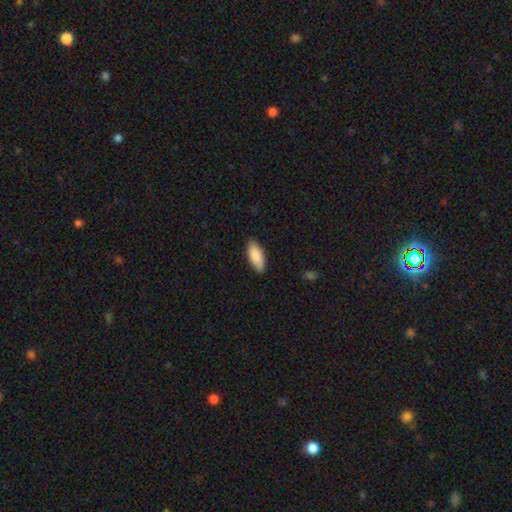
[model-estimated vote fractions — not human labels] smooth-or-featured: smooth: 89% | featured or disk: 6% | star or artifact: 5%
  how-rounded: in between: 83% | cigar-shaped: 15% | round: 2%
  merging: none: 86% | minor disturbance: 11% | major disturbance: 2% | merger: 1%